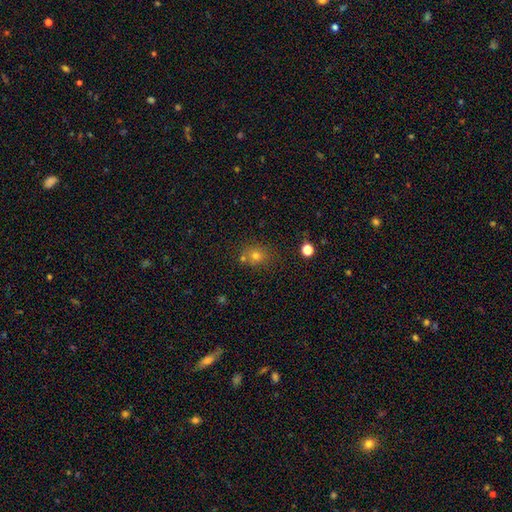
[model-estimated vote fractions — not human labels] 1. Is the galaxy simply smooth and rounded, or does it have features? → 68% smooth, 21% star or artifact, 11% featured or disk.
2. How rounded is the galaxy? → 74% round, 25% in between, 1% cigar-shaped.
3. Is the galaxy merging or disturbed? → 69% none, 16% merger, 11% minor disturbance, 4% major disturbance.